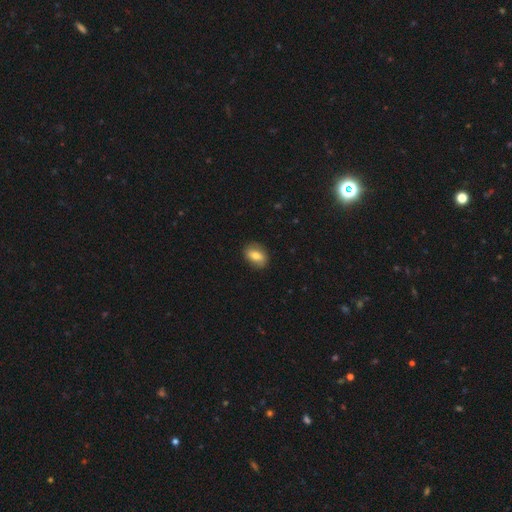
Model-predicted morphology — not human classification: Smooth or featured?
  - smooth: 73% *
  - featured or disk: 19%
  - star or artifact: 8%
How rounded?
  - in between: 78% *
  - round: 19%
  - cigar-shaped: 3%
Merging?
  - none: 84% *
  - minor disturbance: 12%
  - major disturbance: 3%
  - merger: 1%